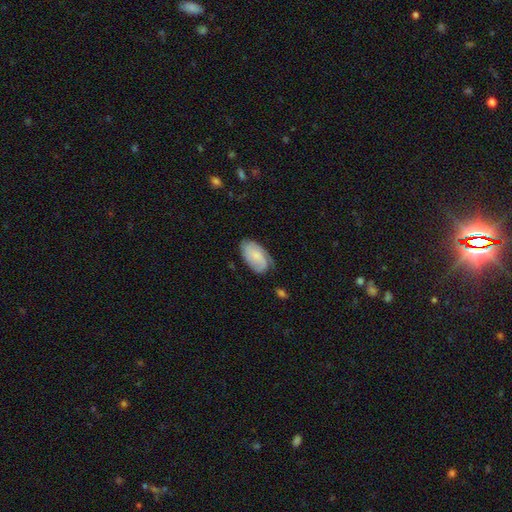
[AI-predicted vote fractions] smooth-or-featured: smooth: 49% | featured or disk: 44% | star or artifact: 7%
  merging: none: 65% | minor disturbance: 26% | major disturbance: 8% | merger: 2%